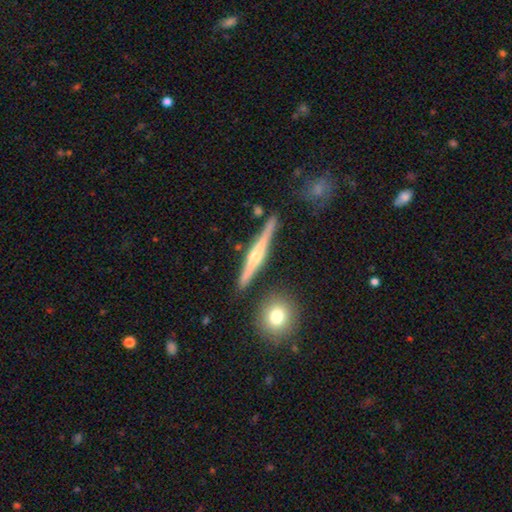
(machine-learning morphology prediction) A featured or disk galaxy (74%) viewed edge-on (98%) with a rounded central bulge (84%). Merging: none (86%).